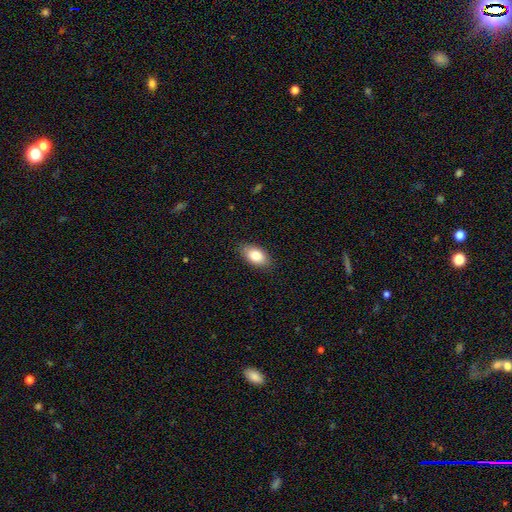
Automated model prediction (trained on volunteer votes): Smooth or featured? smooth (81%)
How rounded? in between (91%)
Merging? none (86%)